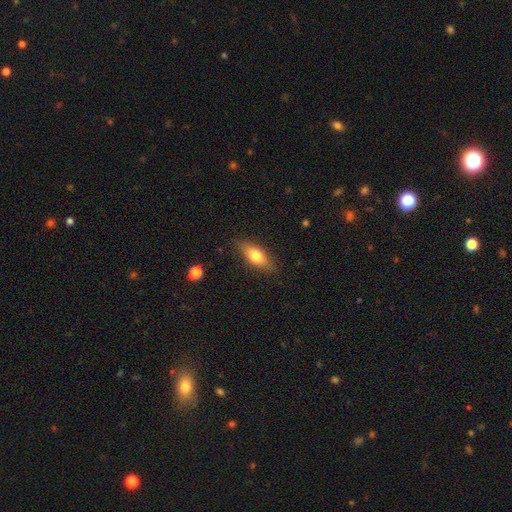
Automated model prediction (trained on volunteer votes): Smooth or featured? smooth (73%)
How rounded? in between (75%)
Merging? none (83%)